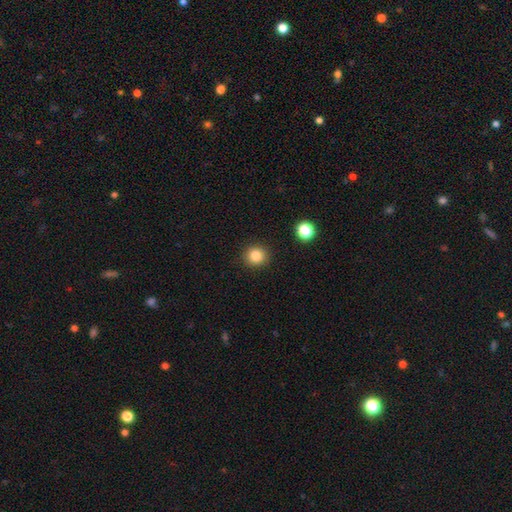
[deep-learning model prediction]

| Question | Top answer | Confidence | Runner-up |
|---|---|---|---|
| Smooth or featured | smooth | 84% | star or artifact (11%) |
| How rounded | round | 89% | in between (10%) |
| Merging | none | 91% | minor disturbance (6%) |